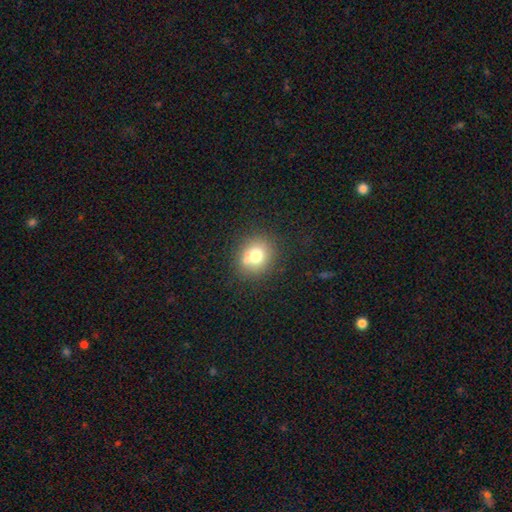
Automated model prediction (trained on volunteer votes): A smooth galaxy with no disk features (72%) that is round (78%). Merging: none (68%).